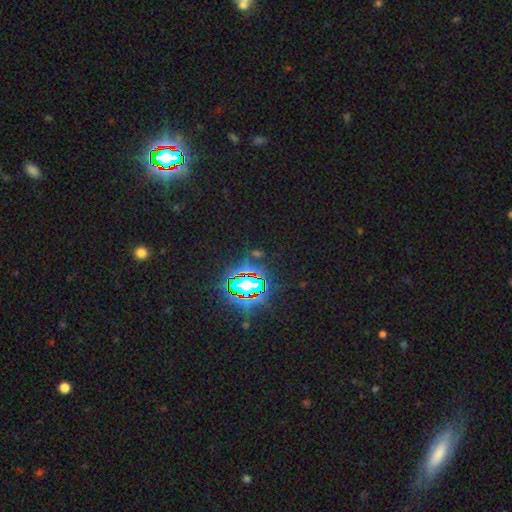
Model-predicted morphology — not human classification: Smooth or featured: star or artifact — 79% (smooth — 12%)